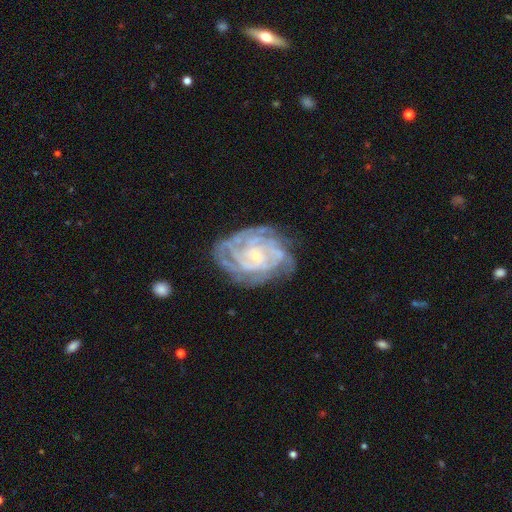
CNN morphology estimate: Q: Smooth or featured?
A: featured or disk (86%); runner-up: smooth (8%)
Q: Edge-on disk?
A: no (97%); runner-up: yes (3%)
Q: Bar?
A: no (71%); runner-up: weak (23%)
Q: Spiral arms?
A: yes (95%); runner-up: no (5%)
Q: Spiral winding?
A: tight (73%); runner-up: medium (23%)
Q: Spiral arm count?
A: can't tell (35%); runner-up: 4 (22%)
Q: Bulge size?
A: small (78%); runner-up: moderate (17%)
Q: Merging?
A: none (67%); runner-up: minor disturbance (21%)